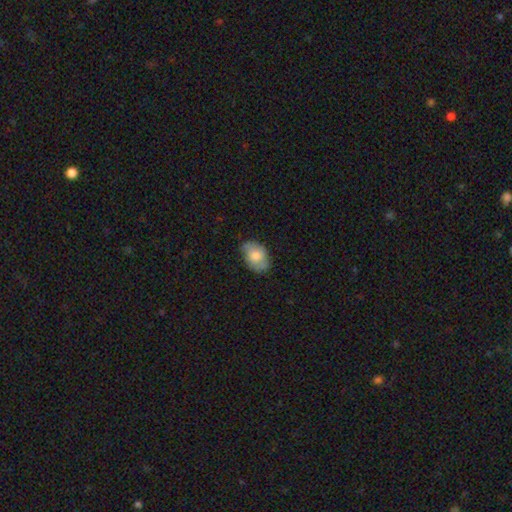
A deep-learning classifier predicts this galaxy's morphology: type=smooth (63%); roundness=in between (83%); merging=none (66%).